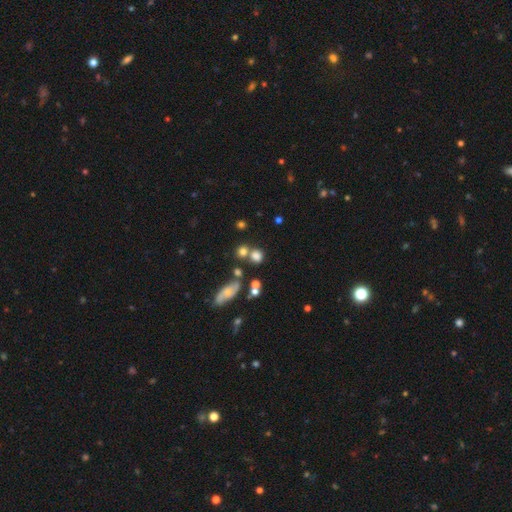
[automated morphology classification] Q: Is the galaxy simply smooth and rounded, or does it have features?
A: smooth — 73%.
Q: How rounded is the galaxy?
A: round — 81%.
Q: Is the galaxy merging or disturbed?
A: none — 58%.